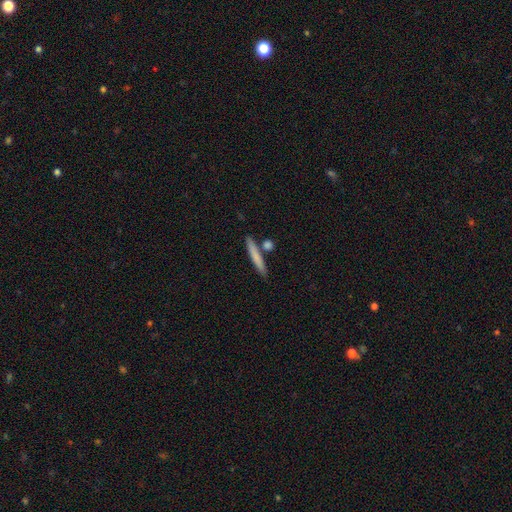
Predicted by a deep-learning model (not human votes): The model was most divided on "smooth or featured": smooth: 75%, featured or disk: 19%, star or artifact: 6%. More confident: how rounded — cigar-shaped (91%); merging — none (79%).